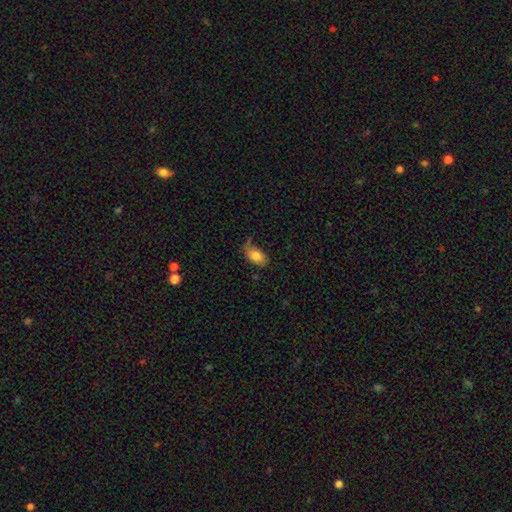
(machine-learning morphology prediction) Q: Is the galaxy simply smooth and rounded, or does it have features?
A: smooth — 80%.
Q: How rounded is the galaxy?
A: in between — 92%.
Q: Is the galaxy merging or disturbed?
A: none — 58%.